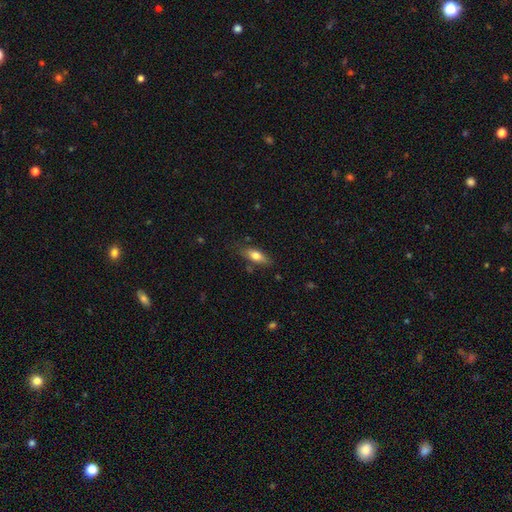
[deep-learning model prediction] Smooth or featured: smooth — 73% (featured or disk — 20%)
How rounded: in between — 72% (cigar-shaped — 25%)
Merging: none — 75% (minor disturbance — 18%)